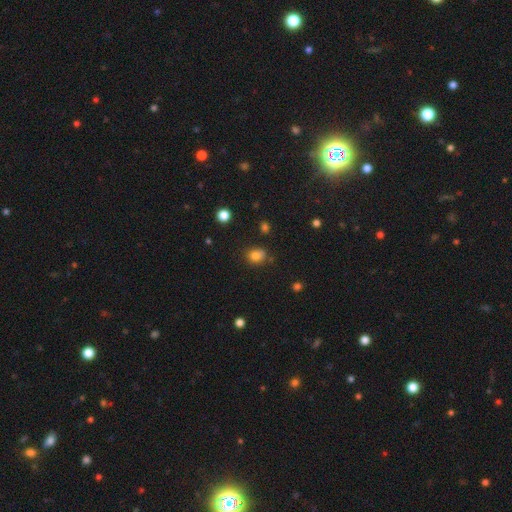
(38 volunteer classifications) smooth_or_featured: smooth (p=0.87) [alt: star or artifact p=0.08]
how_rounded: round (p=0.70) [alt: in between p=0.30]
merging: none (p=0.66) [alt: minor disturbance p=0.29]